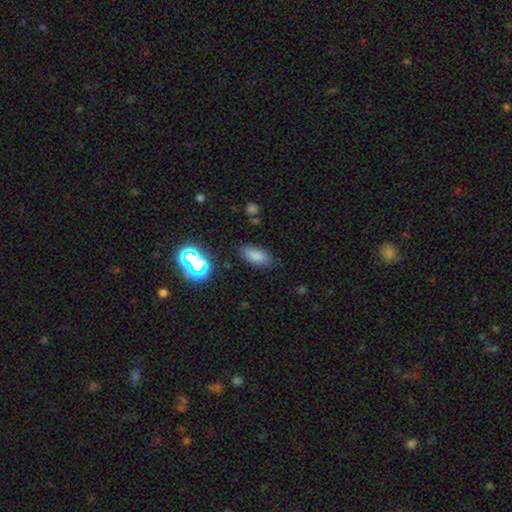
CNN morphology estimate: Smooth or featured? Predicted: smooth (p=0.77). How rounded? Predicted: in between (p=0.87). Merging? Predicted: none (p=0.80).